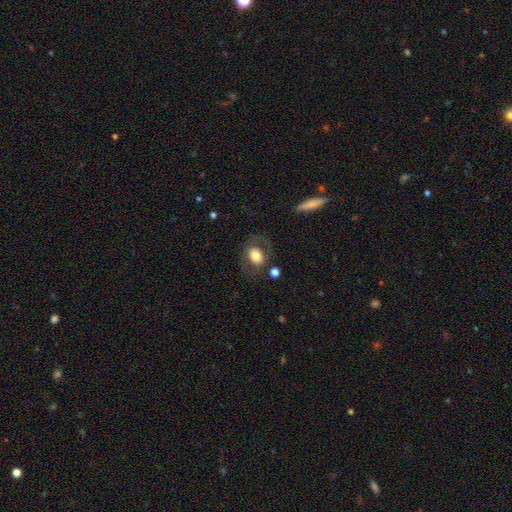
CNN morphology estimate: Overall: smooth (65%; featured or disk 27%). How rounded: in between (62%; round 37%). Merging: none (68%).